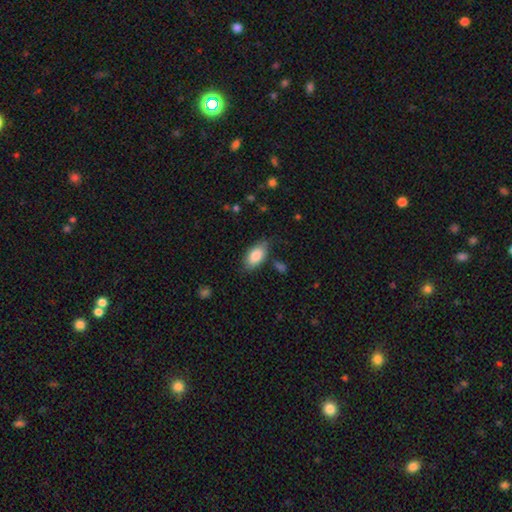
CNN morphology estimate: The model was most divided on "merging": none: 76%, minor disturbance: 17%, major disturbance: 4%, merger: 3%. More confident: how rounded — in between (93%); smooth or featured — smooth (85%).